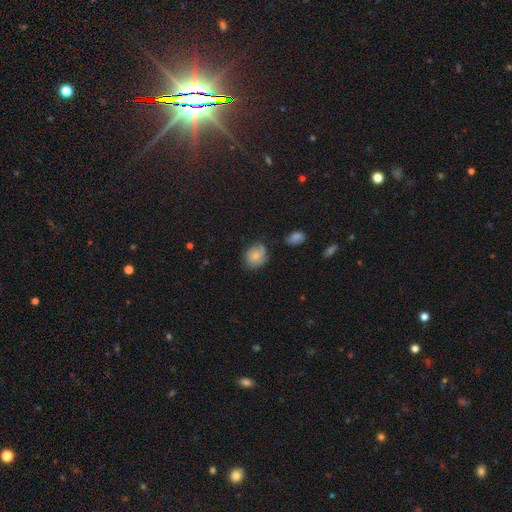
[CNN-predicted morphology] smooth 72%, featured or disk 19%, star or artifact 9%. Down the decision tree: how rounded — round (53%); merging — none (58%).